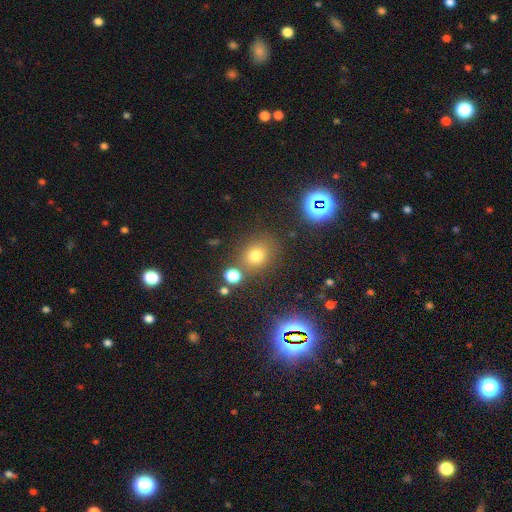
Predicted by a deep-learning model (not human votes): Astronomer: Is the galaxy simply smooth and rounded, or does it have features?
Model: smooth — 71%.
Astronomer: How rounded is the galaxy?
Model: round — 66%.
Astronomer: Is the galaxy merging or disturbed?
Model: none — 75%.